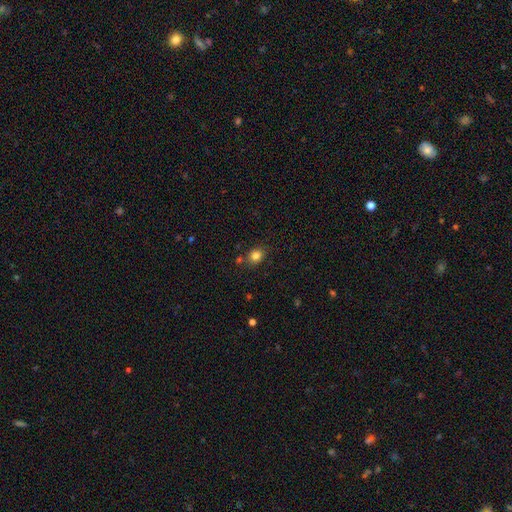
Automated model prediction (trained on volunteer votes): A smooth galaxy with no disk features (82%) that is round (59%). Merging: none (77%).